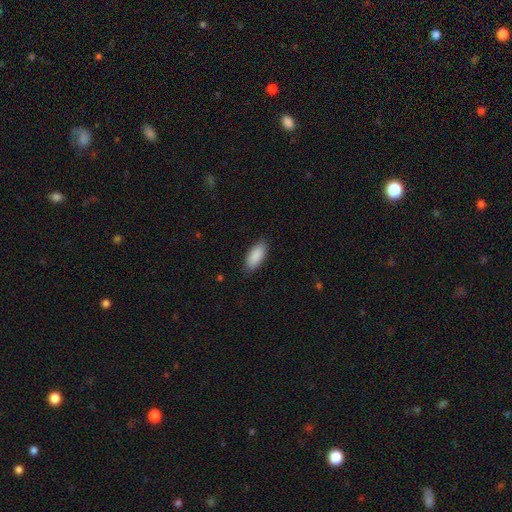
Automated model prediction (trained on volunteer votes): Smooth or featured: smooth — 90% (star or artifact — 6%)
How rounded: in between — 87% (cigar-shaped — 11%)
Merging: none — 88% (minor disturbance — 9%)